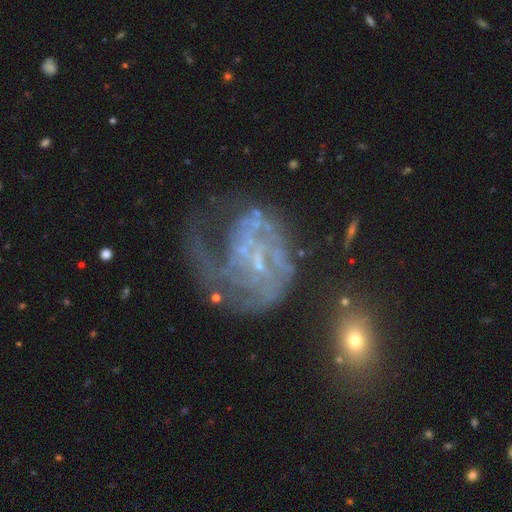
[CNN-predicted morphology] Q: Smooth or featured?
A: featured or disk (80%); runner-up: star or artifact (11%)
Q: Edge-on disk?
A: no (98%); runner-up: yes (2%)
Q: Bar?
A: no (59%); runner-up: weak (32%)
Q: Spiral arms?
A: yes (80%); runner-up: no (20%)
Q: Spiral winding?
A: tight (37%); tied with: medium (37%)
Q: Spiral arm count?
A: can't tell (37%); runner-up: 2 (20%)
Q: Bulge size?
A: small (56%); runner-up: none (33%)
Q: Merging?
A: major disturbance (43%); runner-up: none (32%)